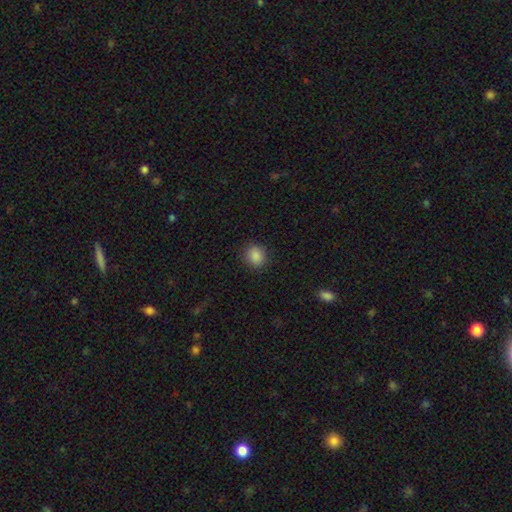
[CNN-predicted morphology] The model was most divided on "how rounded": round: 73%, in between: 26%, cigar-shaped: 1%. More confident: merging — none (89%); smooth or featured — smooth (88%).